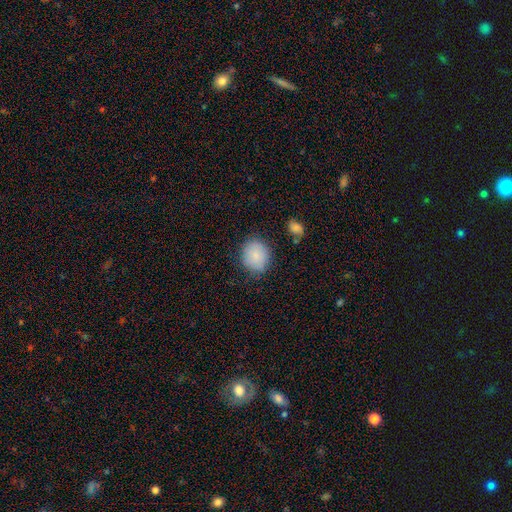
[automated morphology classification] smooth_or_featured: smooth (p=0.86) [alt: star or artifact p=0.08]
how_rounded: round (p=0.72) [alt: in between p=0.27]
merging: none (p=0.79) [alt: minor disturbance p=0.15]